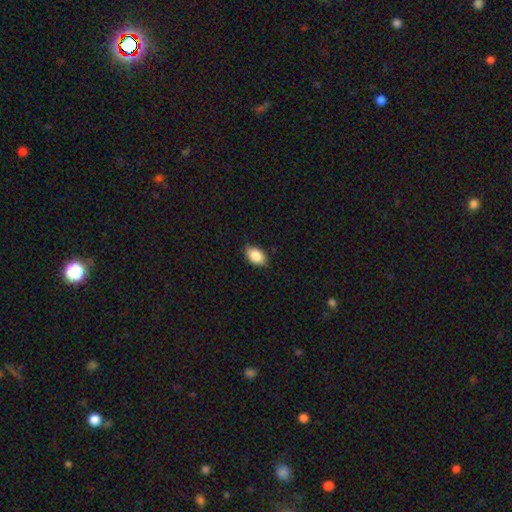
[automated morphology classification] type=smooth (87%); roundness=in between (90%); merging=none (81%).